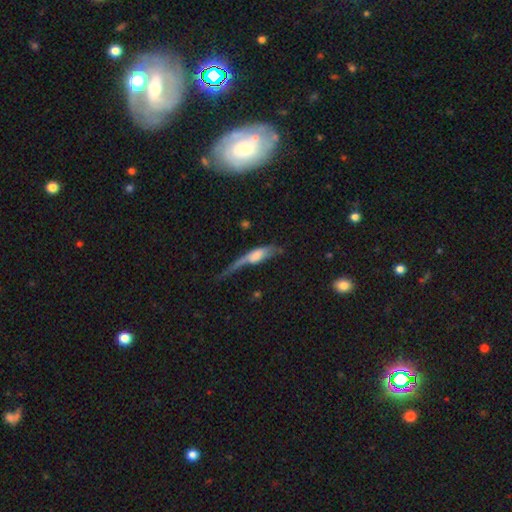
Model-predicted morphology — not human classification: smooth-or-featured: smooth: 55% | featured or disk: 37% | star or artifact: 8%
  how-rounded: cigar-shaped: 50% | in between: 46% | round: 4%
  merging: major disturbance: 41% | minor disturbance: 26% | none: 24% | merger: 9%